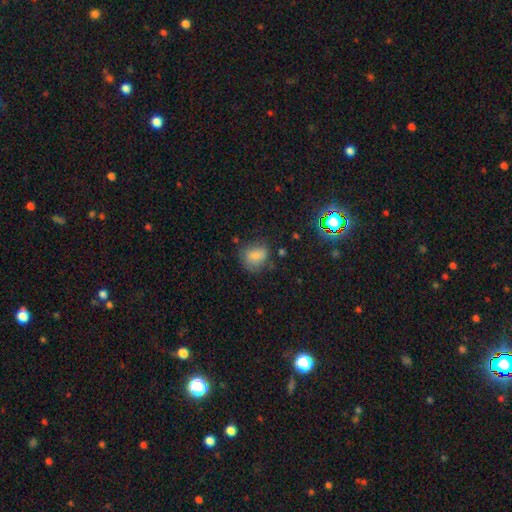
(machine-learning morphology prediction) A smooth galaxy with no disk features (75%) that is round (55%).

Vote fractions:
- Smooth or featured? smooth: 75% / featured or disk: 13% / star or artifact: 12%
- How rounded? round: 55% / in between: 44% / cigar-shaped: 1%
- Merging? none: 57% / minor disturbance: 27% / major disturbance: 12% / merger: 3%